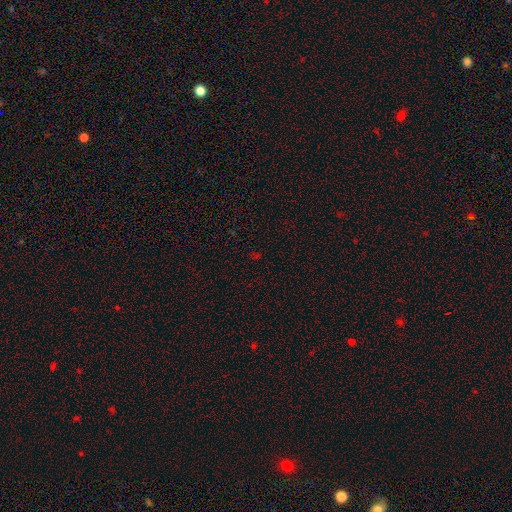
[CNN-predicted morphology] type=star or artifact (63%).